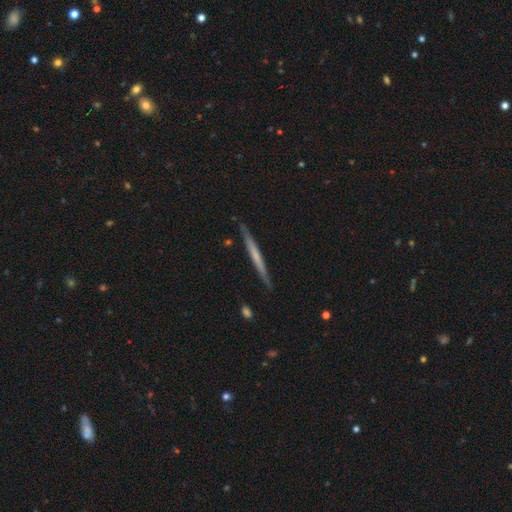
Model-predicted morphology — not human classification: type=featured or disk (52%); edge-on=yes (97%); edge-on bulge=none (81%); merging=none (88%).